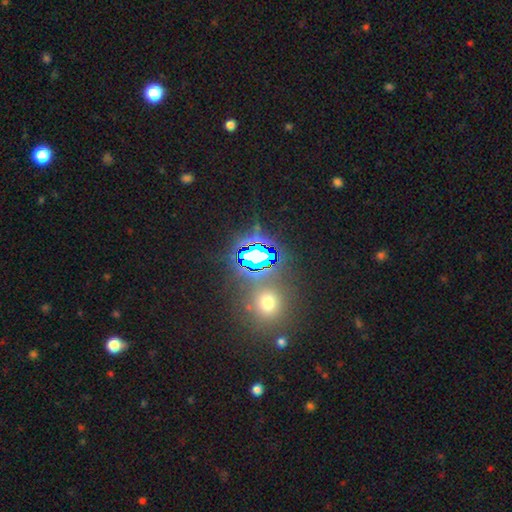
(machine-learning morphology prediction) A star or artifact, not a galaxy (76%).